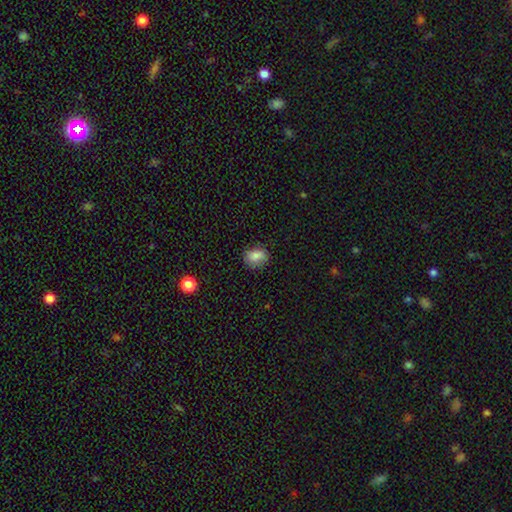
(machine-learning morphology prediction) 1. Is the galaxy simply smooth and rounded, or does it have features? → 82% smooth, 9% star or artifact, 9% featured or disk.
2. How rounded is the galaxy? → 57% in between, 42% round, 1% cigar-shaped.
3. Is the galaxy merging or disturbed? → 78% none, 17% minor disturbance, 4% major disturbance, 1% merger.